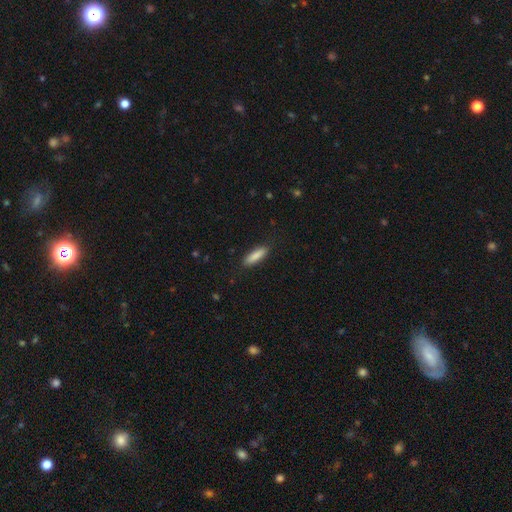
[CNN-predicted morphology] A smooth galaxy with no disk features (86%) that is cigar-shaped (61%). Merging: none (87%).